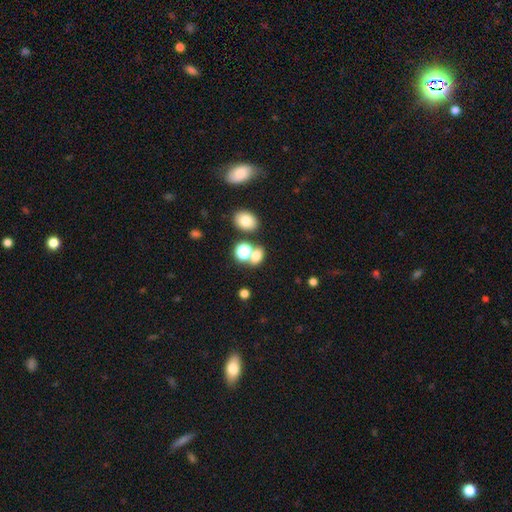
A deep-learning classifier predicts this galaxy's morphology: The model was most divided on "how rounded": in between: 56%, round: 42%, cigar-shaped: 2%. More confident: smooth or featured — smooth (72%); merging — none (55%).